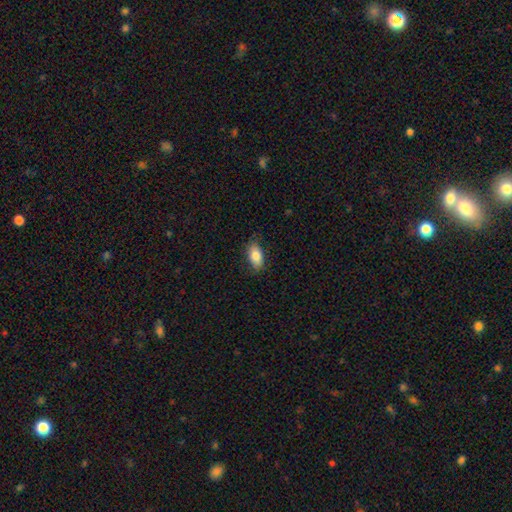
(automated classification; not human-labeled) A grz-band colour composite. It shows a smooth galaxy with no disk features (82%) that is in between round and cigar-shaped (90%). Merging: none (82%).